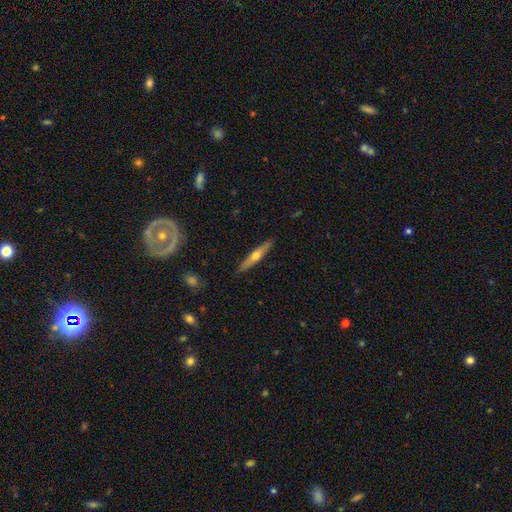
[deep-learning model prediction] smooth_or_featured: featured or disk (p=0.62) [alt: smooth p=0.32]
disk_edge_on: yes (p=0.94) [alt: no p=0.06]
edge_on_bulge: rounded (p=0.90) [alt: none p=0.07]
merging: none (p=0.90) [alt: minor disturbance p=0.07]